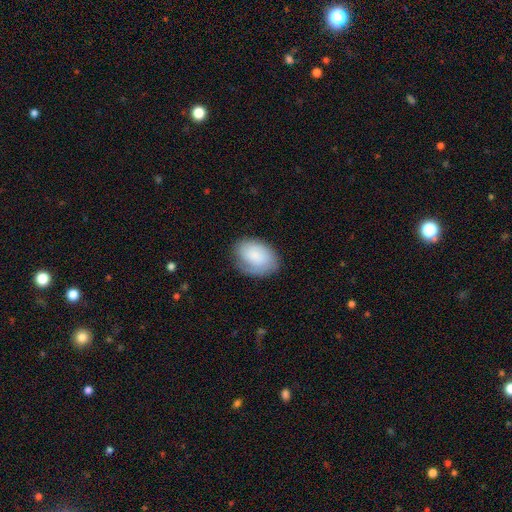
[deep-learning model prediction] A smooth galaxy with no disk features (72%) that is in between round and cigar-shaped (81%). Merging: none (72%).